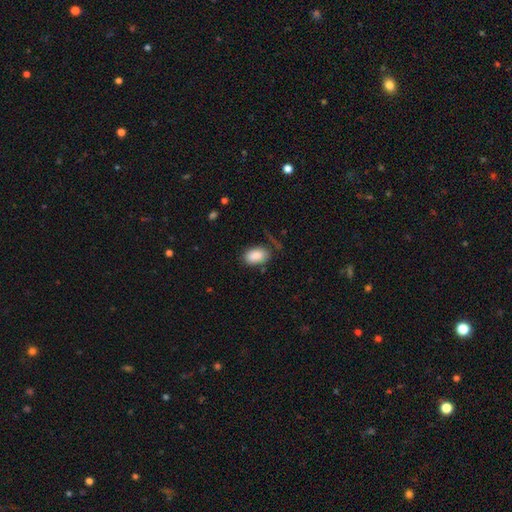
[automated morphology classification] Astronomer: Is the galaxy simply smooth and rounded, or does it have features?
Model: smooth — 87%.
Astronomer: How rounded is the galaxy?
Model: in between — 90%.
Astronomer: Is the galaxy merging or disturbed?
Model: none — 71%.